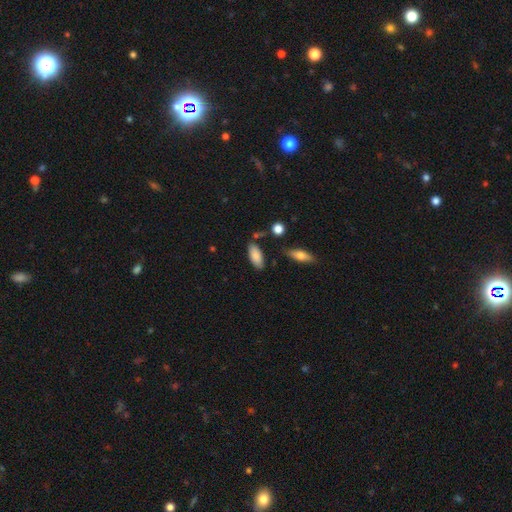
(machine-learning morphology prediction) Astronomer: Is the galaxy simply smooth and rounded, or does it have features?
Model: smooth — 84%.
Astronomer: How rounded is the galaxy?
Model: in between — 84%.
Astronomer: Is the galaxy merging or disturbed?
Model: none — 76%.